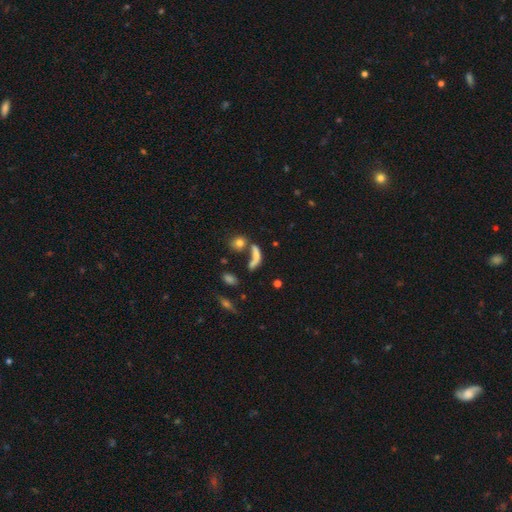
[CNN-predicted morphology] Smooth or featured? smooth (60%)
How rounded? cigar-shaped (45%)
Merging? merger (35%)